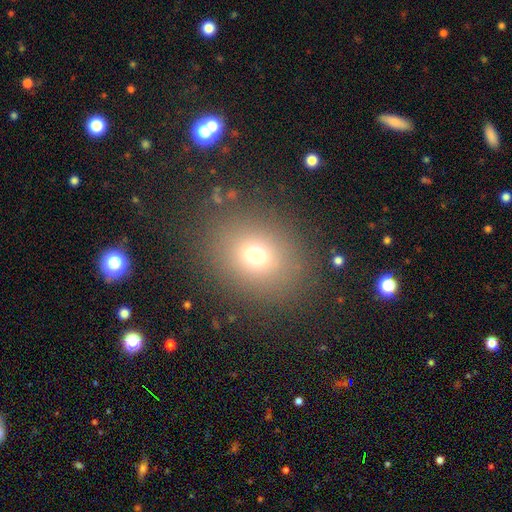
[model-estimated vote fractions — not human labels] Overall: smooth (70%). How rounded: round (59%; in between 39%). Merging: none (84%).